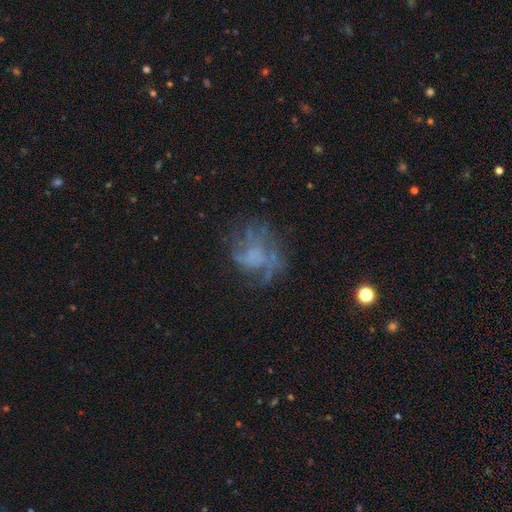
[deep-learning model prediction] This appears to be a featured or disk galaxy (60%) with no bar (84%), spiral arms (52%) and no central bulge (67%). Merging: none (50%).